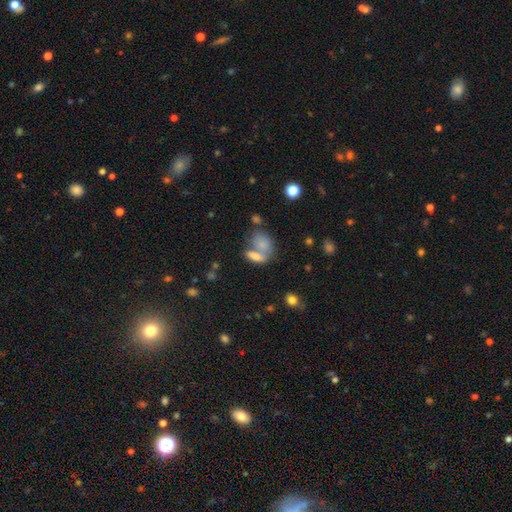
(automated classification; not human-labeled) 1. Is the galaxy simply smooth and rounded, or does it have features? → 74% smooth, 14% featured or disk, 12% star or artifact.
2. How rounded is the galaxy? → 77% in between, 14% round, 9% cigar-shaped.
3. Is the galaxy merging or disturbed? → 51% merger, 33% none, 10% minor disturbance, 6% major disturbance.